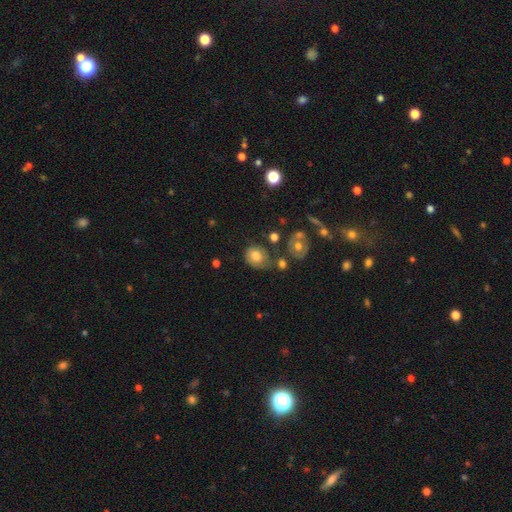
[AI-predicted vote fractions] smooth-or-featured: smooth: 67% | featured or disk: 23% | star or artifact: 10%
  how-rounded: round: 62% | in between: 37% | cigar-shaped: 1%
  merging: none: 47% | minor disturbance: 26% | major disturbance: 15% | merger: 12%